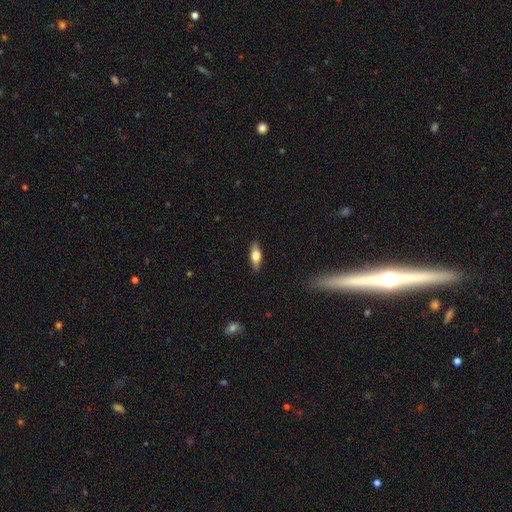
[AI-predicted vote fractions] Morphology: type=smooth (63%); roundness=in between (66%); merging=none (88%).